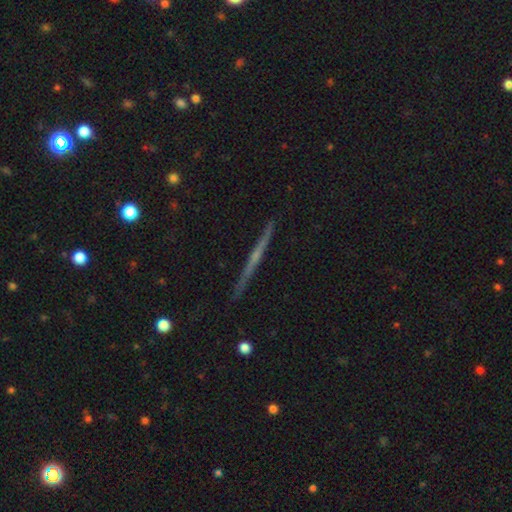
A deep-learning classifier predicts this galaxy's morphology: featured or disk 72%, smooth 20%, star or artifact 7%. Down the decision tree: edge-on disk — yes (98%); edge-on bulge — none (53%); merging — none (90%).